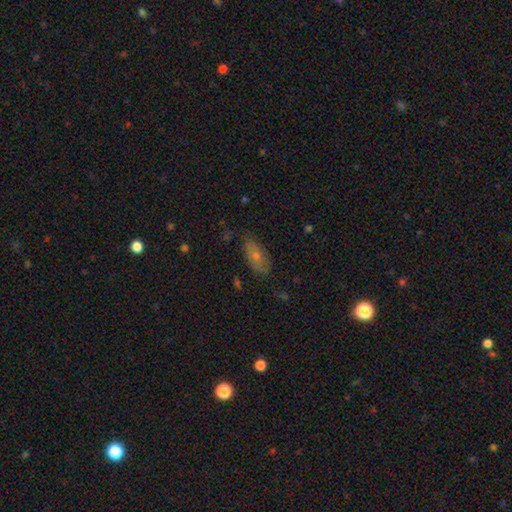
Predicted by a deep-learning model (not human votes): A smooth galaxy with no disk features (50%).

Vote fractions:
- Smooth or featured? smooth: 50% / featured or disk: 35% / star or artifact: 15%
- Merging? none: 78% / minor disturbance: 16% / major disturbance: 4% / merger: 2%